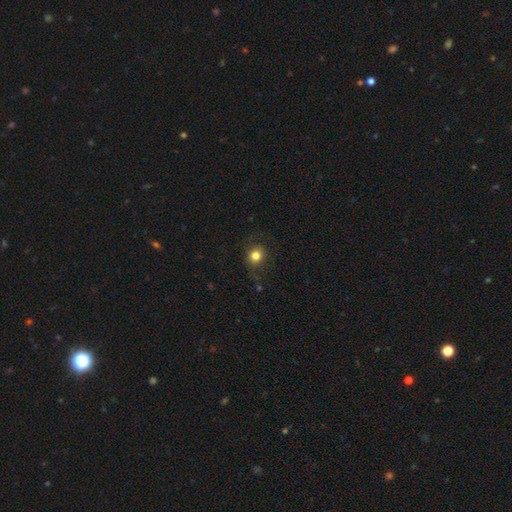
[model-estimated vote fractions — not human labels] Smooth or featured? smooth (80%)
How rounded? round (82%)
Merging? none (79%)